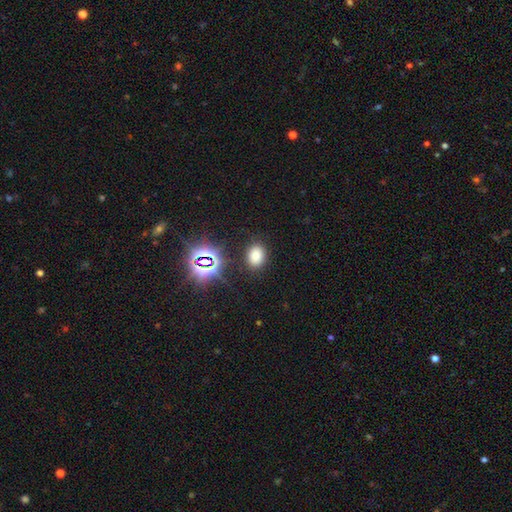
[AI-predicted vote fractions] Morphology: type=smooth (73%); roundness=in between (72%); merging=none (85%).